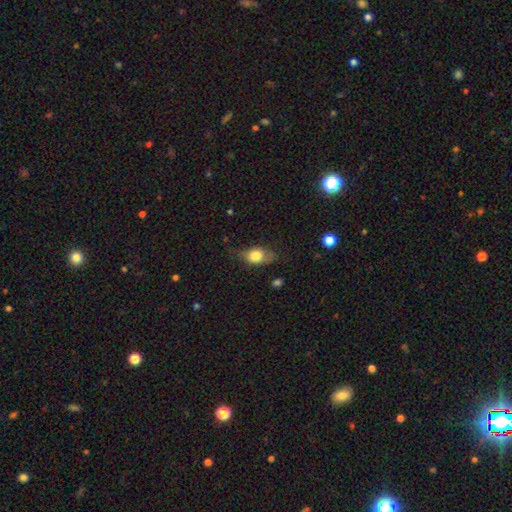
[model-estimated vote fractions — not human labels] Smooth or featured? smooth (74%)
How rounded? in between (75%)
Merging? none (58%)